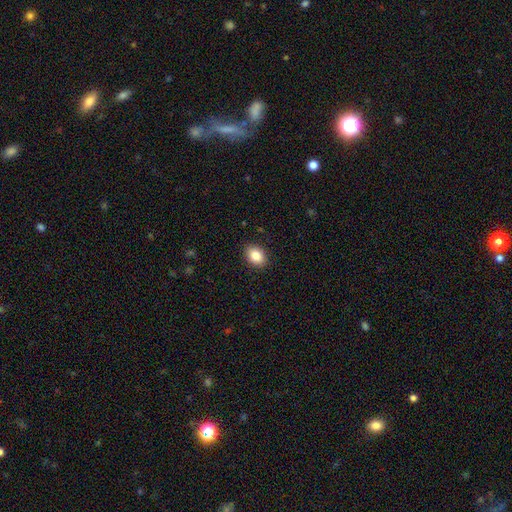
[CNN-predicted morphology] A smooth galaxy with no disk features (87%) that is in between round and cigar-shaped (68%).

Vote fractions:
- Smooth or featured? smooth: 87% / star or artifact: 8% / featured or disk: 5%
- How rounded? in between: 68% / round: 31% / cigar-shaped: 1%
- Merging? none: 90% / minor disturbance: 7% / major disturbance: 2% / merger: 1%